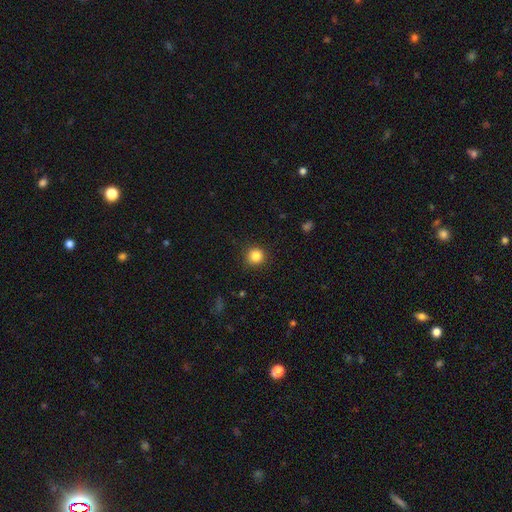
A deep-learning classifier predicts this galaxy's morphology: Smooth or featured: smooth — 85% (star or artifact — 11%)
How rounded: round — 93% (in between — 6%)
Merging: none — 90% (minor disturbance — 7%)